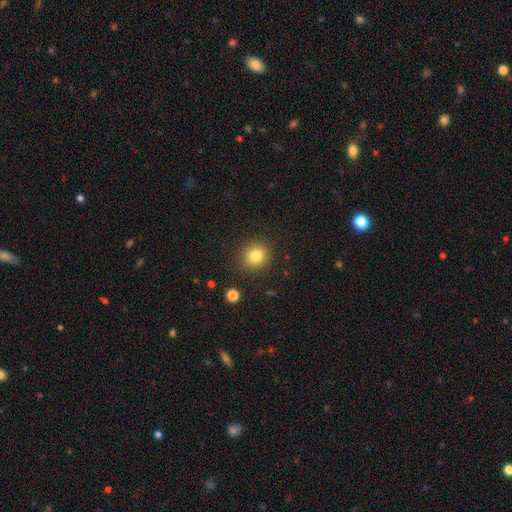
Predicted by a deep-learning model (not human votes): Smooth or featured?
  - smooth: 81% *
  - star or artifact: 11%
  - featured or disk: 7%
How rounded?
  - round: 85% *
  - in between: 14%
  - cigar-shaped: 1%
Merging?
  - none: 88% *
  - minor disturbance: 7%
  - major disturbance: 3%
  - merger: 2%